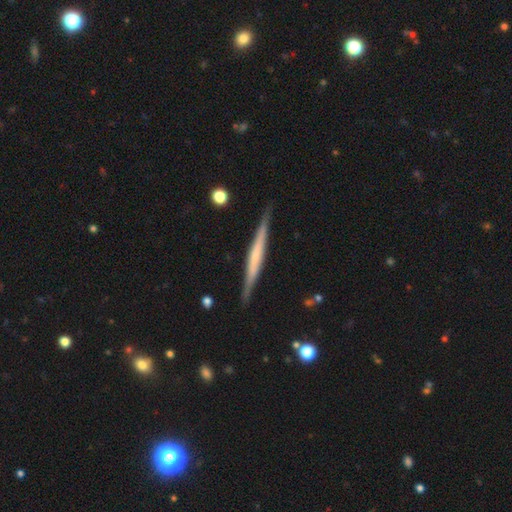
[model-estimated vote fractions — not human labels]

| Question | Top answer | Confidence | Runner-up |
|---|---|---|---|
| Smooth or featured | featured or disk | 62% | smooth (33%) |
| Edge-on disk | yes | 97% | no (3%) |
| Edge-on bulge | none | 62% | rounded (20%) |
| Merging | none | 88% | minor disturbance (9%) |